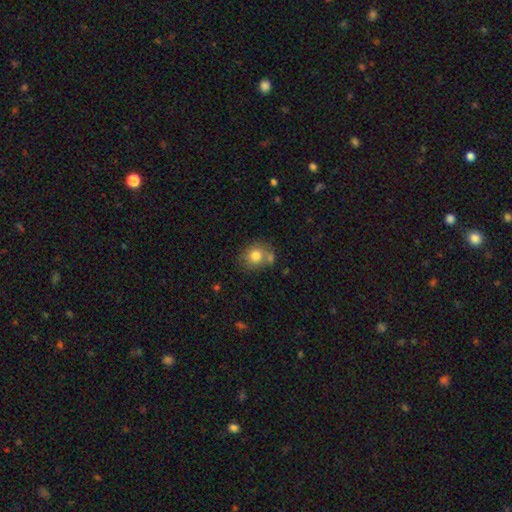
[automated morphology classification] Smooth or featured? Predicted: smooth (p=0.79). How rounded? Predicted: round (p=0.69). Merging? Predicted: none (p=0.58).